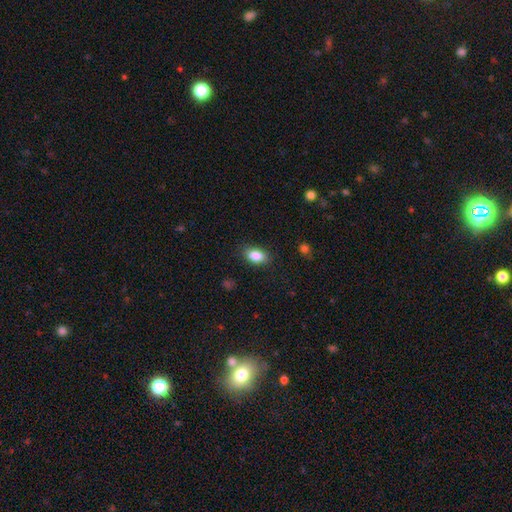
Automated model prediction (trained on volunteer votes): A smooth galaxy with no disk features (86%) that is in between round and cigar-shaped (88%).

Vote fractions:
- Smooth or featured? smooth: 86% / star or artifact: 8% / featured or disk: 6%
- How rounded? in between: 88% / round: 10% / cigar-shaped: 2%
- Merging? none: 84% / minor disturbance: 12% / major disturbance: 3% / merger: 1%